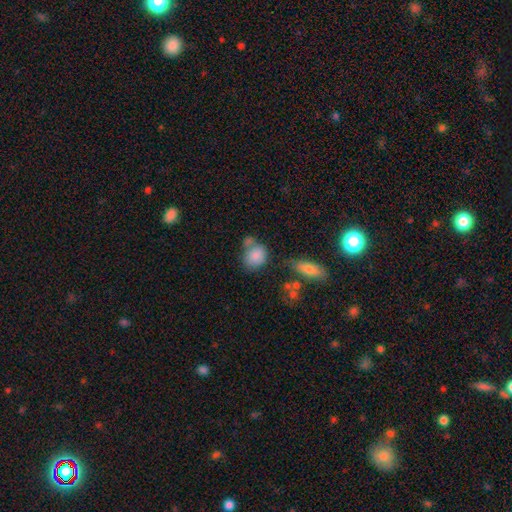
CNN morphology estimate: A smooth galaxy with no disk features (83%) that is round (60%).

Vote fractions:
- Smooth or featured? smooth: 83% / featured or disk: 9% / star or artifact: 8%
- How rounded? round: 60% / in between: 38% / cigar-shaped: 2%
- Merging? none: 47% / merger: 28% / minor disturbance: 18% / major disturbance: 7%